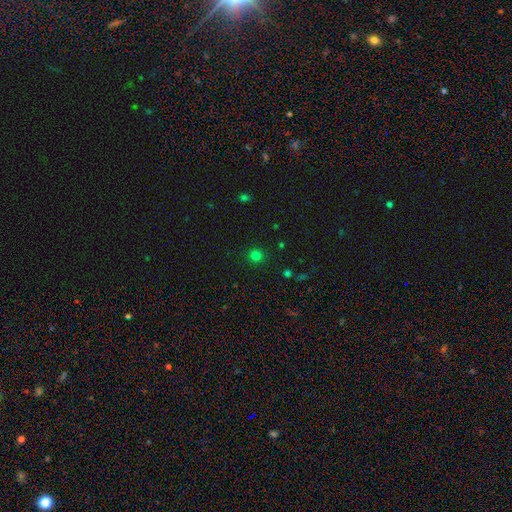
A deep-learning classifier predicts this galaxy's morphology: smooth-or-featured: smooth: 76% | star or artifact: 19% | featured or disk: 4%
  how-rounded: round: 93% | in between: 6% | cigar-shaped: 1%
  merging: none: 90% | minor disturbance: 6% | major disturbance: 2% | merger: 1%